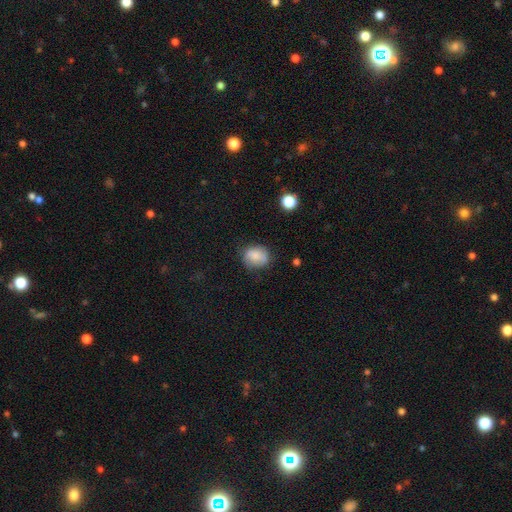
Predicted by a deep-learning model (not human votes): Overall: smooth (83%). How rounded: round (55%; in between 44%). Merging: none (69%).